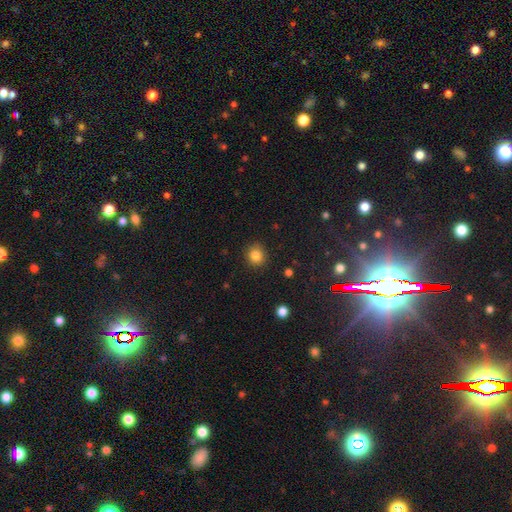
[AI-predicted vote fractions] Morphology: type=smooth (84%); roundness=round (87%); merging=none (88%).